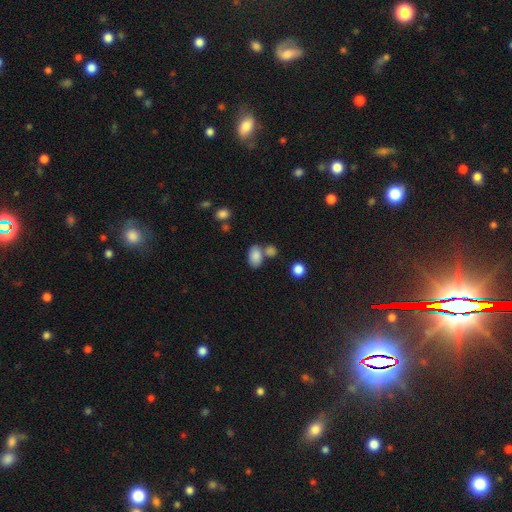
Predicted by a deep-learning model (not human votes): A smooth galaxy with no disk features (84%) that is in between round and cigar-shaped (87%).

Vote fractions:
- Smooth or featured? smooth: 84% / star or artifact: 9% / featured or disk: 7%
- How rounded? in between: 87% / round: 12% / cigar-shaped: 1%
- Merging? none: 53% / merger: 29% / minor disturbance: 13% / major disturbance: 5%